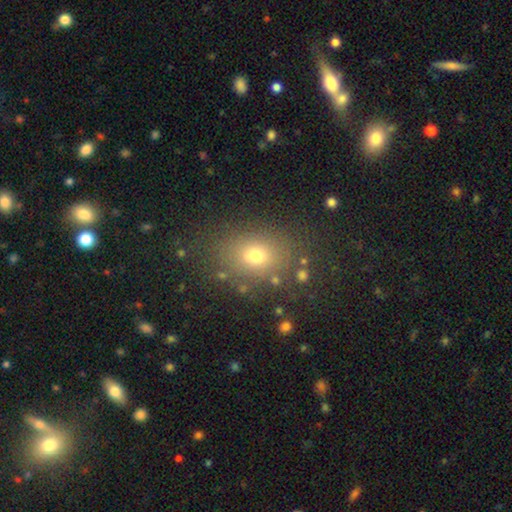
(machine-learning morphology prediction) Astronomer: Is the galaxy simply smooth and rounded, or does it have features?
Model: smooth — 72%.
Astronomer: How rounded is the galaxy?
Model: in between — 57% (runner-up: round, 42%).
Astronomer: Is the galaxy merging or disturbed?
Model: none — 82%.